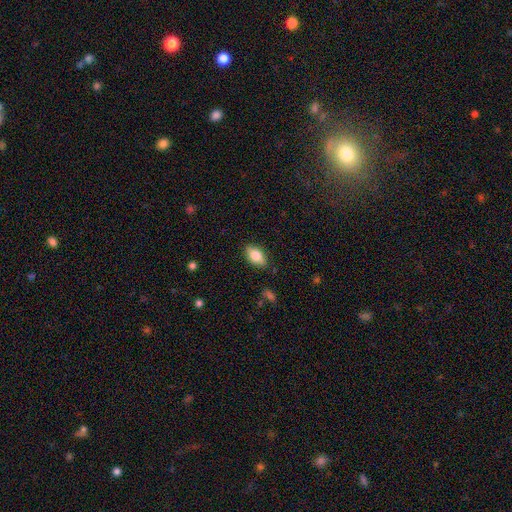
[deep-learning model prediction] The model was most divided on "smooth or featured": smooth: 76%, featured or disk: 17%, star or artifact: 7%. More confident: how rounded — in between (89%); merging — none (84%).